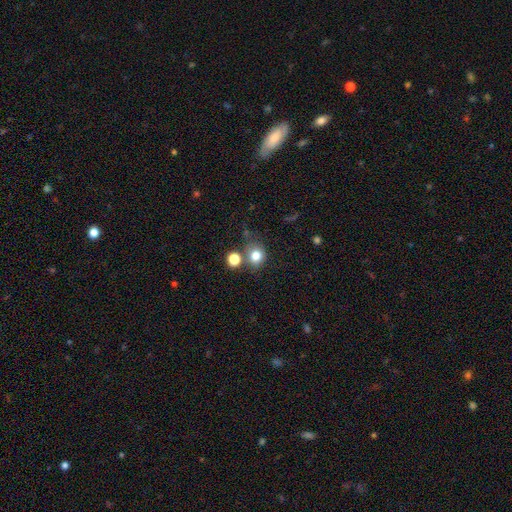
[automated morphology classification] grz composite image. It shows a smooth galaxy with no disk features (79%) that is round (78%). Merging: none (67%).